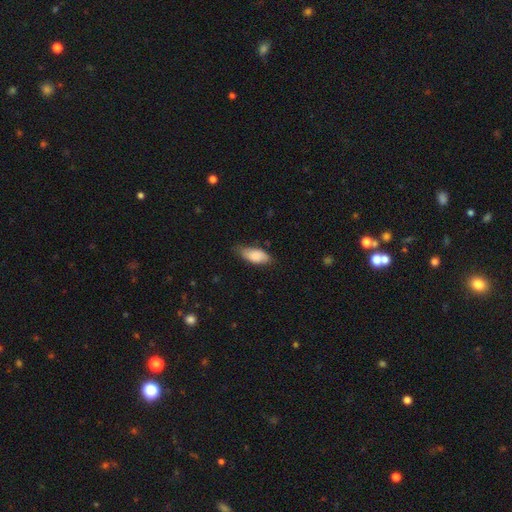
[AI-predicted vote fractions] smooth 84%, featured or disk 10%, star or artifact 6%. Down the decision tree: how rounded — in between (85%); merging — none (68%).